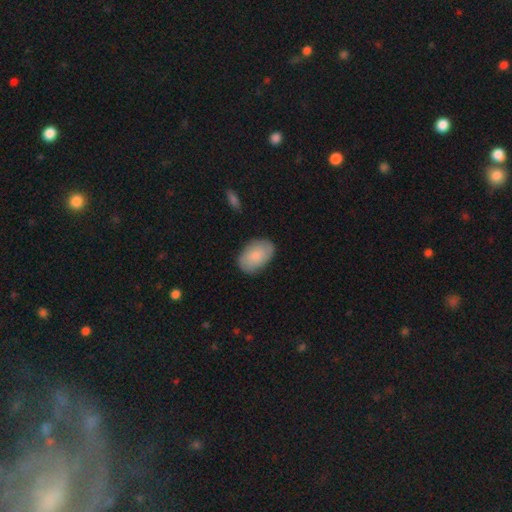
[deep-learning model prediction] smooth-or-featured: smooth: 77% | featured or disk: 17% | star or artifact: 6%
  how-rounded: in between: 90% | round: 9% | cigar-shaped: 1%
  merging: none: 82% | minor disturbance: 14% | major disturbance: 3% | merger: 1%